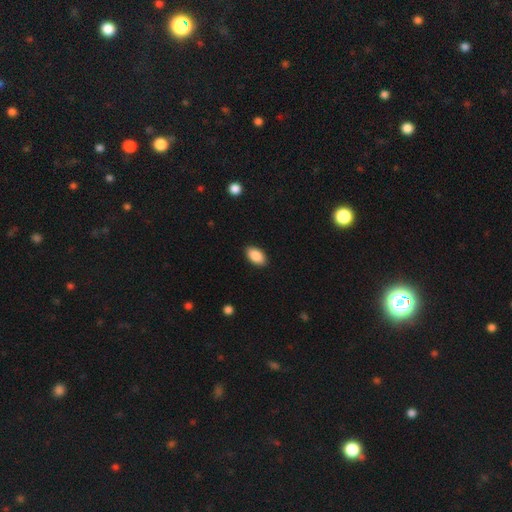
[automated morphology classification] smooth-or-featured: smooth: 89% | star or artifact: 7% | featured or disk: 4%
  how-rounded: in between: 94% | round: 4% | cigar-shaped: 2%
  merging: none: 89% | minor disturbance: 8% | major disturbance: 2% | merger: 1%